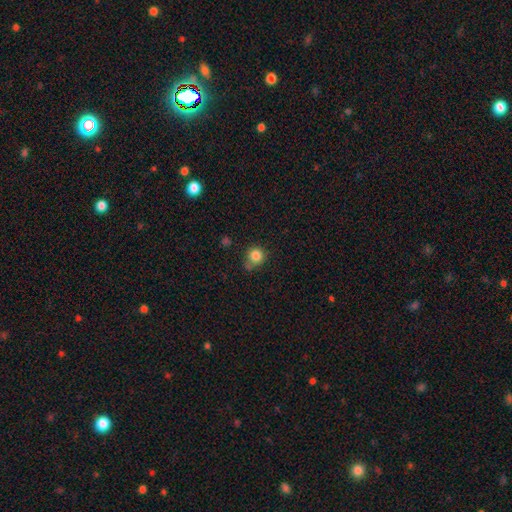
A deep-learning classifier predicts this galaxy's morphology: A smooth galaxy with no disk features (83%) that is round (89%). Merging: none (61%).